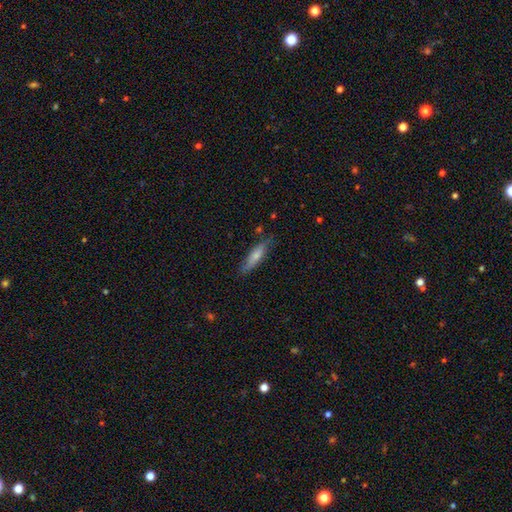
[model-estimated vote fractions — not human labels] A smooth galaxy with no disk features (69%) that is cigar-shaped (71%).

Vote fractions:
- Smooth or featured? smooth: 69% / featured or disk: 25% / star or artifact: 6%
- How rounded? cigar-shaped: 71% / in between: 28% / round: 2%
- Merging? none: 76% / minor disturbance: 19% / major disturbance: 4% / merger: 2%